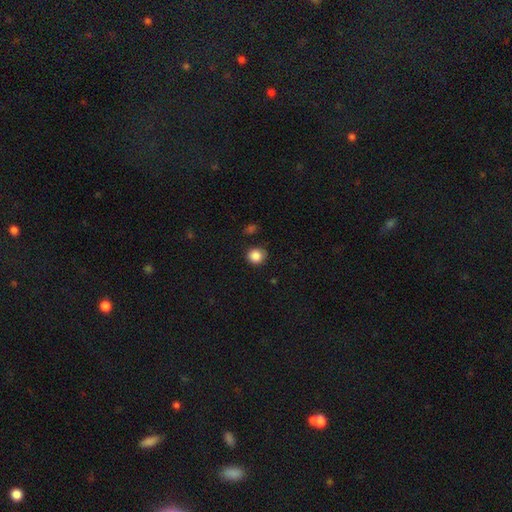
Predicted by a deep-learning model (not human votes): Smooth or featured: smooth — 86% (star or artifact — 10%)
How rounded: round — 90% (in between — 9%)
Merging: none — 84% (minor disturbance — 11%)